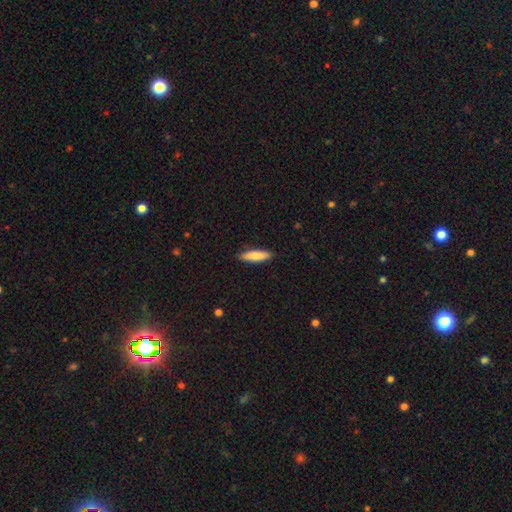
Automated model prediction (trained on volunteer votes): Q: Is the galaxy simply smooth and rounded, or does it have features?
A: smooth — 82%.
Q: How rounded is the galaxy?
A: cigar-shaped — 67%.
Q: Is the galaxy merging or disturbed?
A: none — 89%.